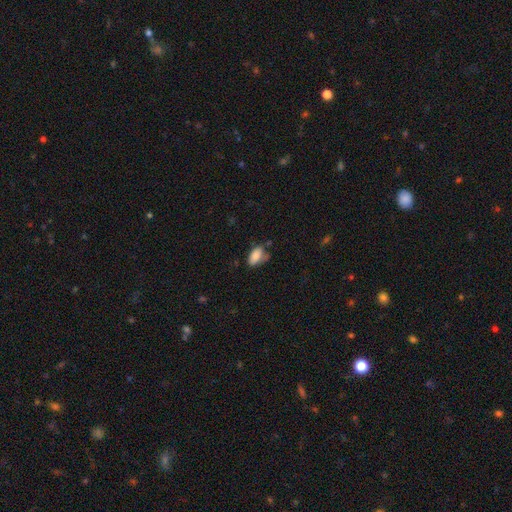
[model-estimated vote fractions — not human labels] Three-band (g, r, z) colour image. It shows a smooth galaxy with no disk features (82%) that is in between round and cigar-shaped (92%). Merging: none (48%).